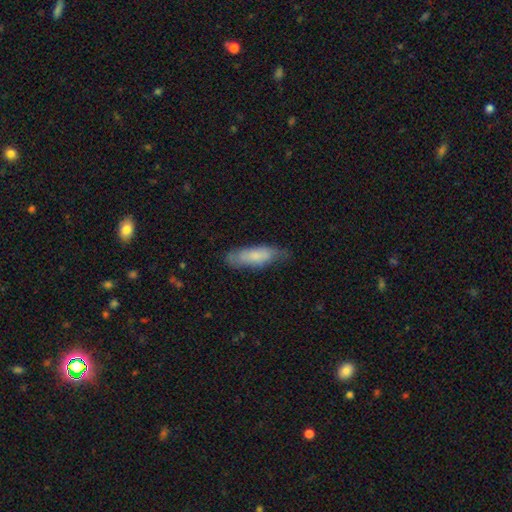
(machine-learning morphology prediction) Smooth or featured? Predicted: smooth (p=0.74). How rounded? Predicted: in between (p=0.50). Merging? Predicted: none (p=0.66).